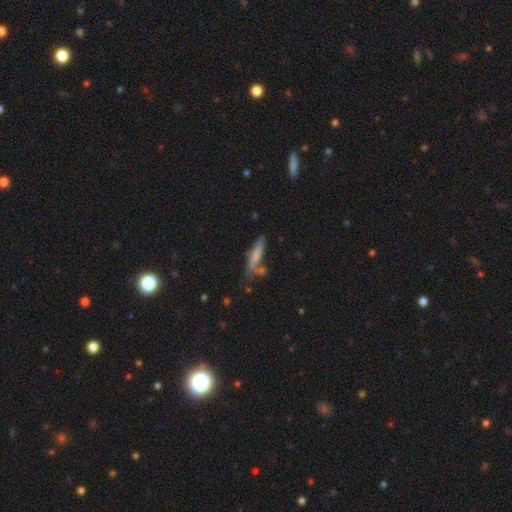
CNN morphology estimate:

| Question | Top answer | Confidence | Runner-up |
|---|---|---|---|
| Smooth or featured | smooth | 67% | featured or disk (25%) |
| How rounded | cigar-shaped | 84% | in between (14%) |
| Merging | none | 57% | minor disturbance (21%) |